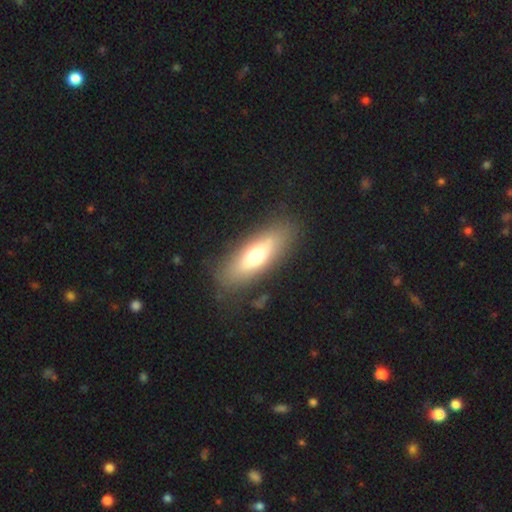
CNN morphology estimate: A smooth galaxy with no disk features (59%) that is in between round and cigar-shaped (64%). Merging: none (84%).